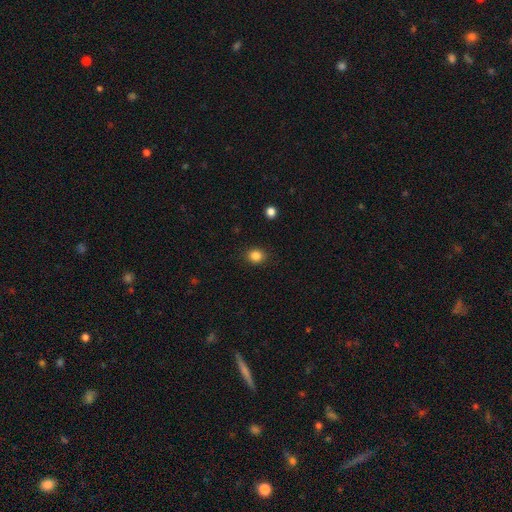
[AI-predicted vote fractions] This appears to be a smooth galaxy with no disk features (85%) that is round (72%). Merging: none (89%).